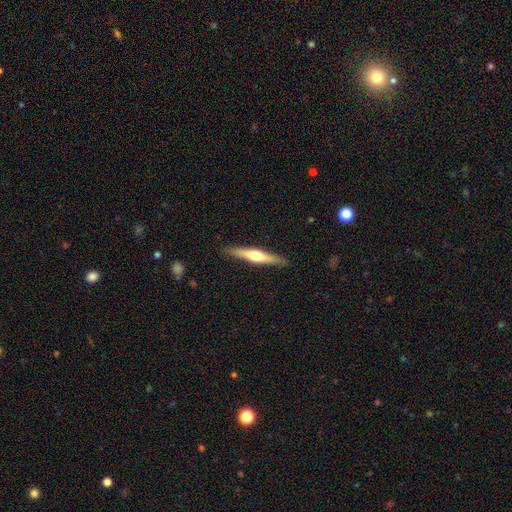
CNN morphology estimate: type=featured or disk (60%); edge-on=yes (96%); edge-on bulge=rounded (90%); merging=none (90%).